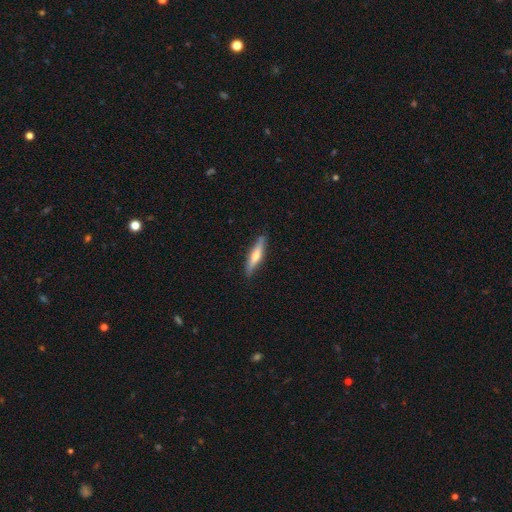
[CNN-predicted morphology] A smooth galaxy with no disk features (52%) that is cigar-shaped (82%).

Vote fractions:
- Smooth or featured? smooth: 52% / featured or disk: 43% / star or artifact: 5%
- How rounded? cigar-shaped: 82% / in between: 16% / round: 2%
- Merging? none: 88% / minor disturbance: 10% / major disturbance: 2% / merger: 1%